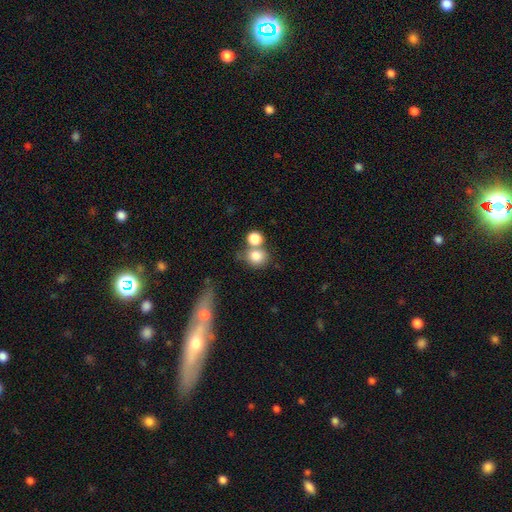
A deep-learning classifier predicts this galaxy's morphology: The model was most divided on "merging": none: 45%, merger: 38%, minor disturbance: 11%, major disturbance: 6%. More confident: smooth or featured — smooth (81%); how rounded — round (72%).